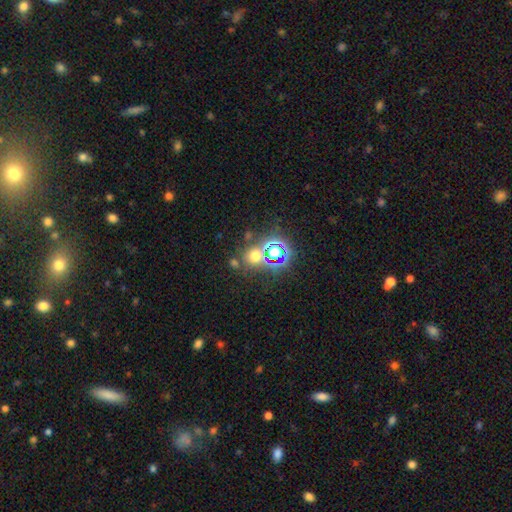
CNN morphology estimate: This appears to be a smooth galaxy with no disk features (49%). Merging: none (68%).